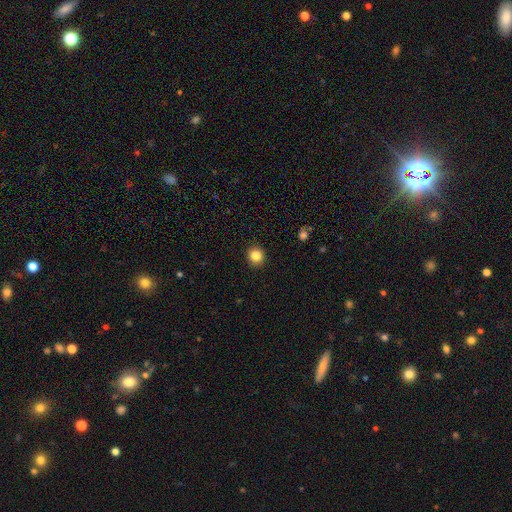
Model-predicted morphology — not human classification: type=smooth (85%); roundness=round (89%); merging=none (92%).